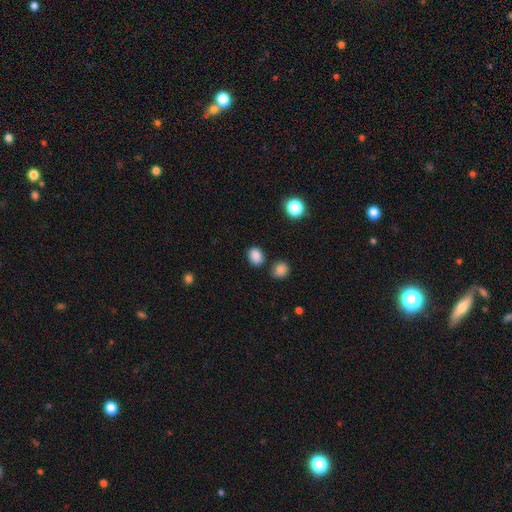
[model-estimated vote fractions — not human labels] Smooth or featured?
  - smooth: 86% *
  - star or artifact: 11%
  - featured or disk: 3%
How rounded?
  - in between: 52% *
  - round: 47%
  - cigar-shaped: 1%
Merging?
  - none: 79% *
  - minor disturbance: 11%
  - merger: 7%
  - major disturbance: 3%